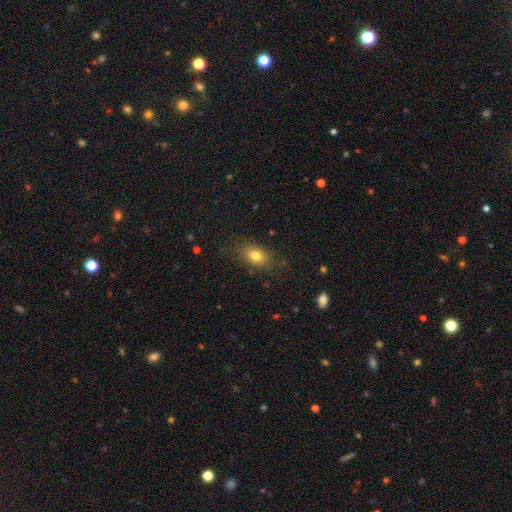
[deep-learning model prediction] Smooth or featured?
  - smooth: 78% *
  - featured or disk: 11%
  - star or artifact: 11%
How rounded?
  - in between: 77% *
  - round: 21%
  - cigar-shaped: 3%
Merging?
  - none: 81% *
  - minor disturbance: 13%
  - major disturbance: 4%
  - merger: 1%